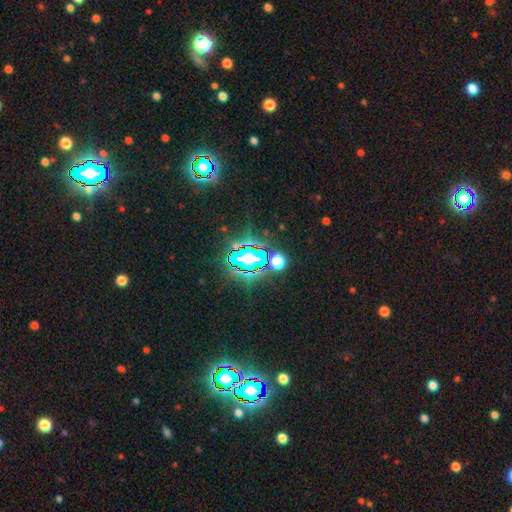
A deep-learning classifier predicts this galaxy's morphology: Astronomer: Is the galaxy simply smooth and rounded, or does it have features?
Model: star or artifact — 80%.